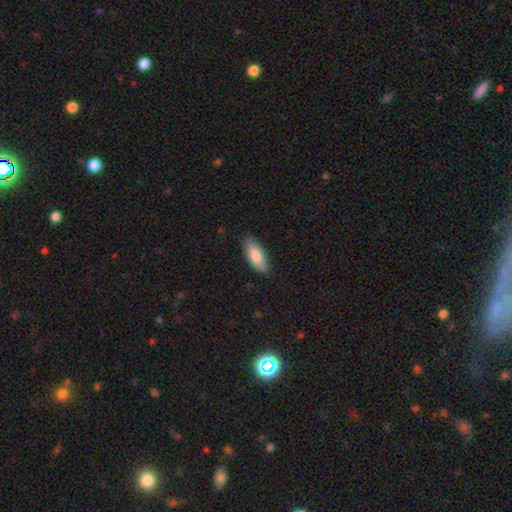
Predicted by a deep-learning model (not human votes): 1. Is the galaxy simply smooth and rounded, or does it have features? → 84% smooth, 11% featured or disk, 5% star or artifact.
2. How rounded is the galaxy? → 76% in between, 22% cigar-shaped, 2% round.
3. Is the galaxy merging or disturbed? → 84% none, 12% minor disturbance, 2% major disturbance, 1% merger.